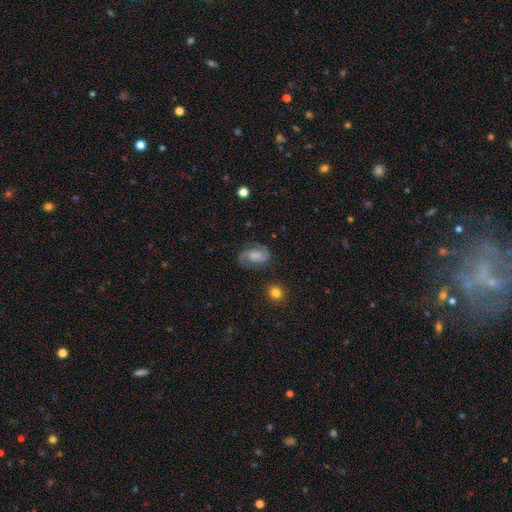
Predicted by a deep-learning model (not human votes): featured or disk 71%, smooth 21%, star or artifact 8%. Down the decision tree: edge-on disk — no (97%); bar — no (58%); spiral arms — yes (94%); spiral arm count — 2 (89%); spiral winding — medium (51%); bulge size — none (31%); merging — none (76%).